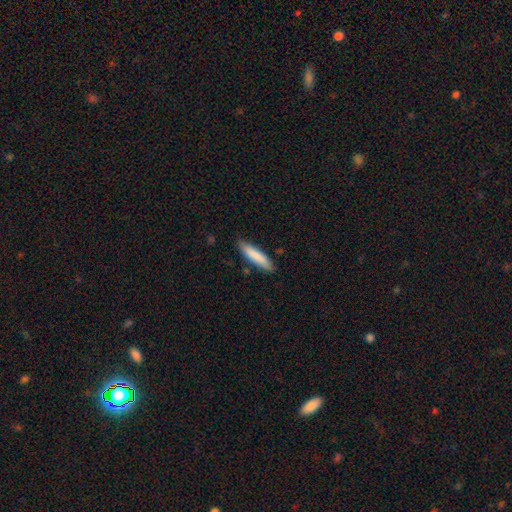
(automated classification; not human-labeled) Overall: smooth (84%). How rounded: cigar-shaped (76%). Merging: none (82%).